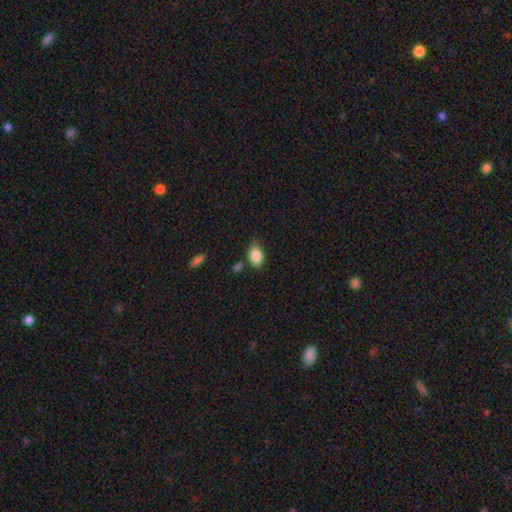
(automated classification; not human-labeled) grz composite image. It shows a smooth galaxy with no disk features (87%) that is in between round and cigar-shaped (85%). Merging: none (66%).